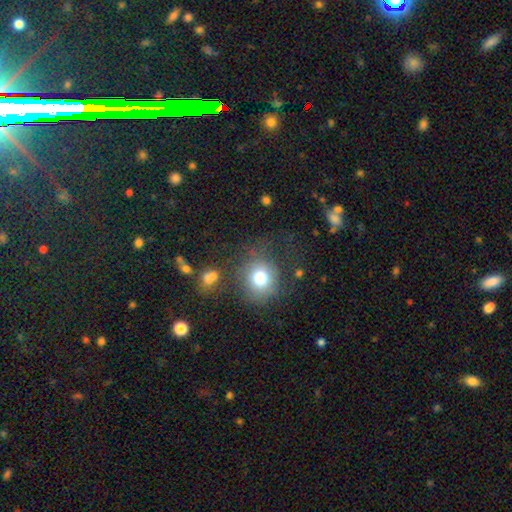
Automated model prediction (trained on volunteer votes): This appears to be a smooth galaxy with no disk features (52%) that is round (68%). Merging: none (75%).